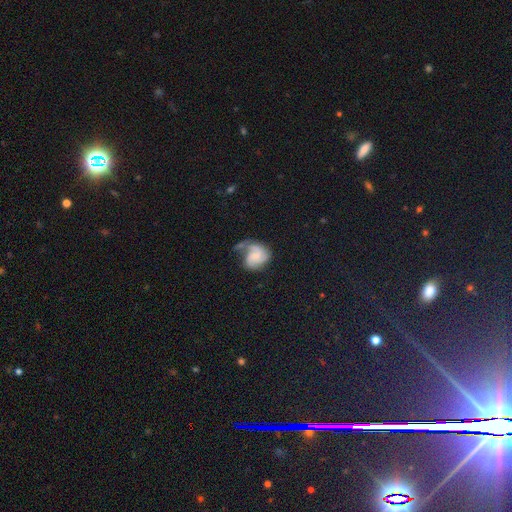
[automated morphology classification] Q: Smooth or featured?
A: featured or disk (64%); runner-up: smooth (28%)
Q: Edge-on disk?
A: no (98%); runner-up: yes (2%)
Q: Bar?
A: no (62%); runner-up: weak (31%)
Q: Spiral arms?
A: yes (91%); runner-up: no (9%)
Q: Spiral winding?
A: medium (40%); runner-up: tight (31%)
Q: Spiral arm count?
A: 2 (38%); runner-up: 1 (27%)
Q: Bulge size?
A: small (39%); runner-up: none (34%)
Q: Merging?
A: none (35%); runner-up: major disturbance (32%)